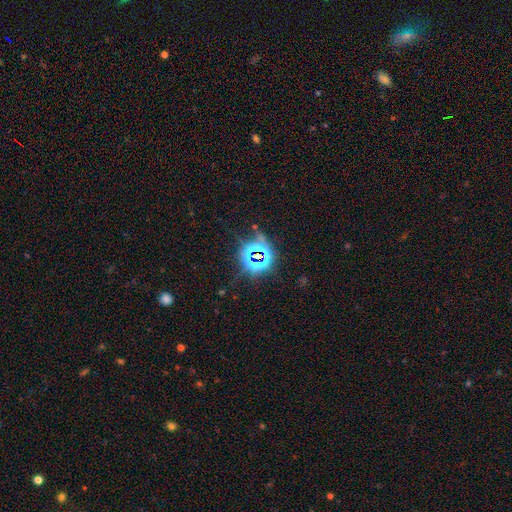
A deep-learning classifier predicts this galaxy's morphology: Smooth or featured? Predicted: star or artifact (p=0.80).